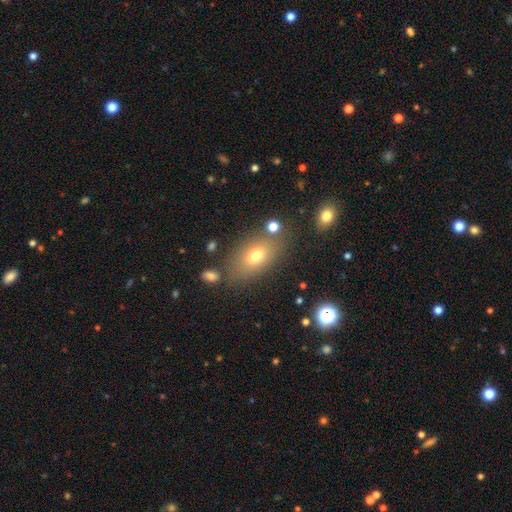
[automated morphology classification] type=smooth (71%); roundness=in between (84%); merging=none (73%).